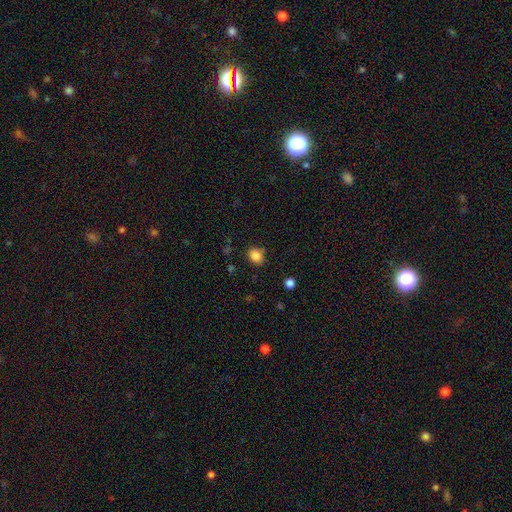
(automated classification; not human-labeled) The model was most divided on "how rounded": round: 59%, in between: 40%, cigar-shaped: 1%. More confident: smooth or featured — smooth (85%); merging — none (78%).